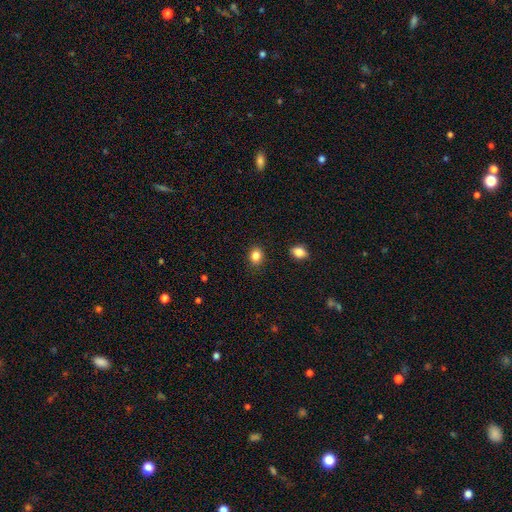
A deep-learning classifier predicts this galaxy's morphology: The model was most divided on "how rounded": round: 52%, in between: 47%, cigar-shaped: 1%. More confident: merging — none (88%); smooth or featured — smooth (84%).